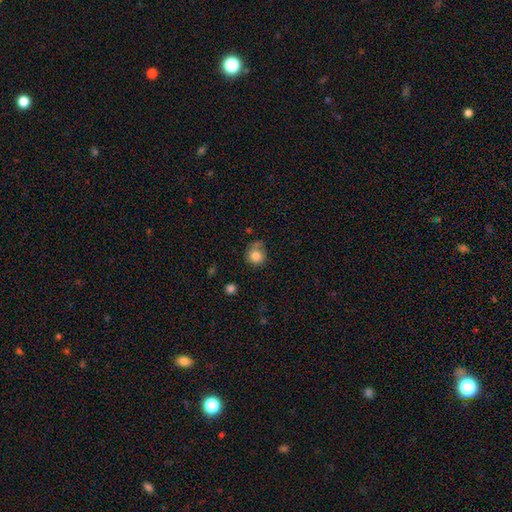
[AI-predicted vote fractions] smooth_or_featured: smooth (p=0.83) [alt: star or artifact p=0.10]
how_rounded: round (p=0.88) [alt: in between p=0.11]
merging: none (p=0.62) [alt: minor disturbance p=0.22]